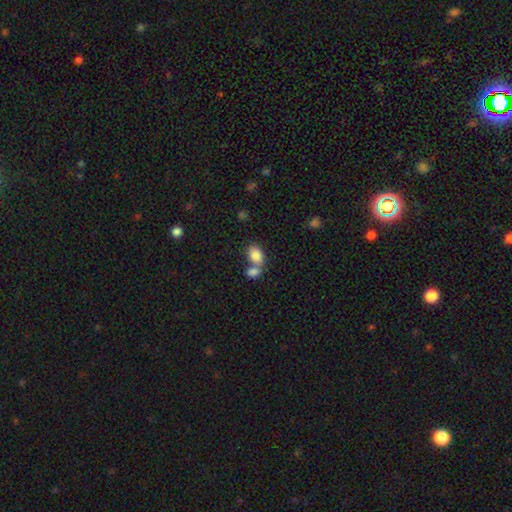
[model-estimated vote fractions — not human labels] smooth_or_featured: smooth (p=0.84) [alt: featured or disk p=0.08]
how_rounded: in between (p=0.86) [alt: round p=0.13]
merging: merger (p=0.51) [alt: none p=0.37]